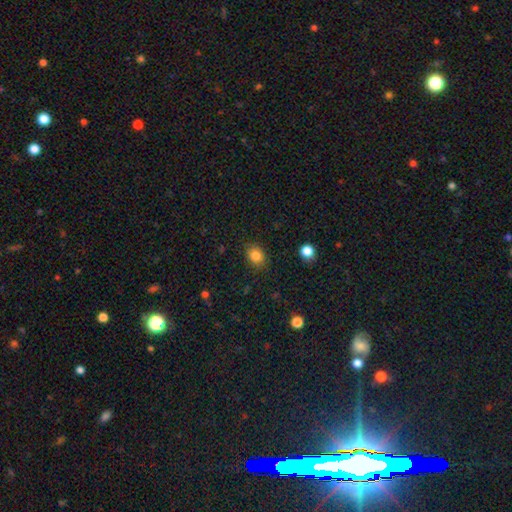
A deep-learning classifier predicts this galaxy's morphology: Smooth or featured: smooth — 84% (star or artifact — 11%)
How rounded: round — 55% (in between — 44%)
Merging: none — 86% (minor disturbance — 10%)